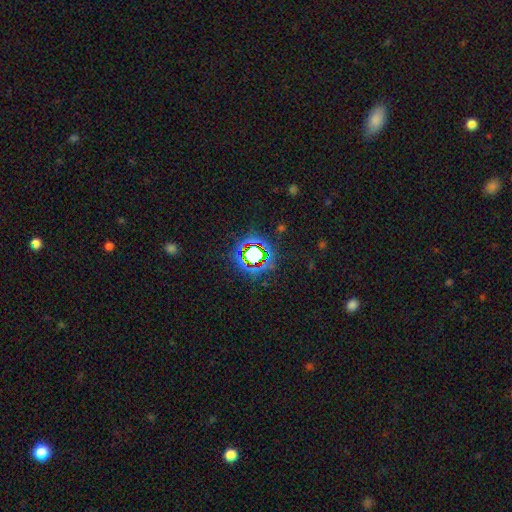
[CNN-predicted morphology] Smooth or featured? star or artifact (70%)